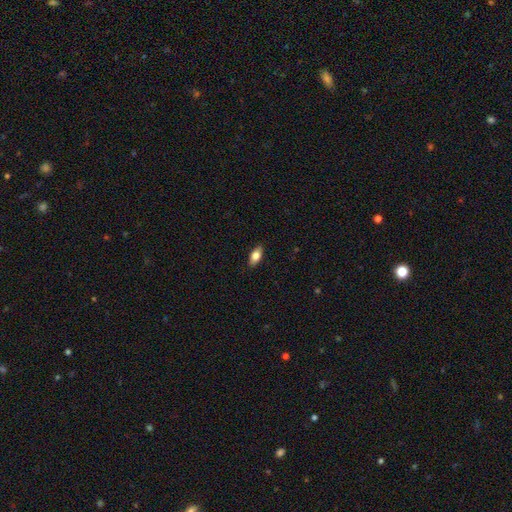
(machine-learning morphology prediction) Smooth or featured? smooth (75%)
How rounded? in between (86%)
Merging? none (87%)